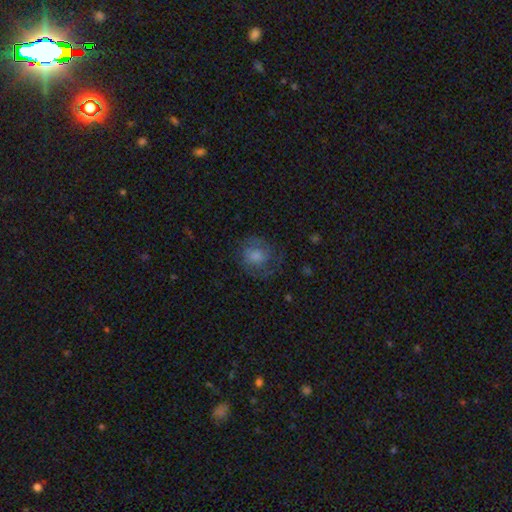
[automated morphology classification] A smooth galaxy with no disk features (45%).

Vote fractions:
- Smooth or featured? smooth: 45% / featured or disk: 41% / star or artifact: 14%
- Merging? none: 70% / minor disturbance: 17% / major disturbance: 12% / merger: 1%